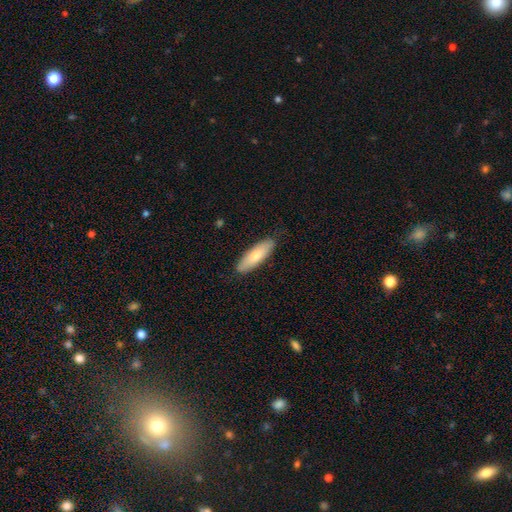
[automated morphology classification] Overall: smooth (72%). How rounded: in between (50%; cigar-shaped 48%). Merging: none (86%).